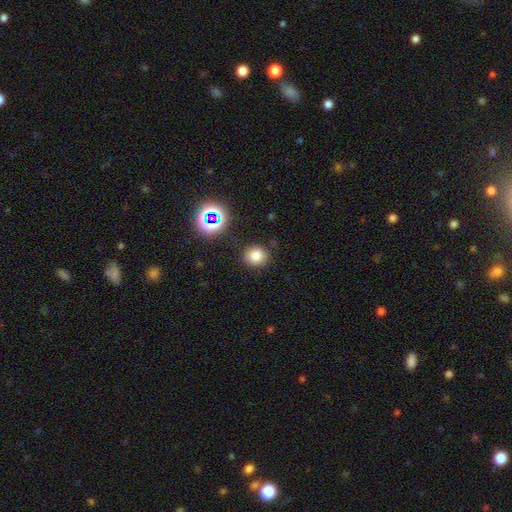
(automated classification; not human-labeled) Morphology: type=smooth (77%); roundness=round (82%); merging=none (86%).